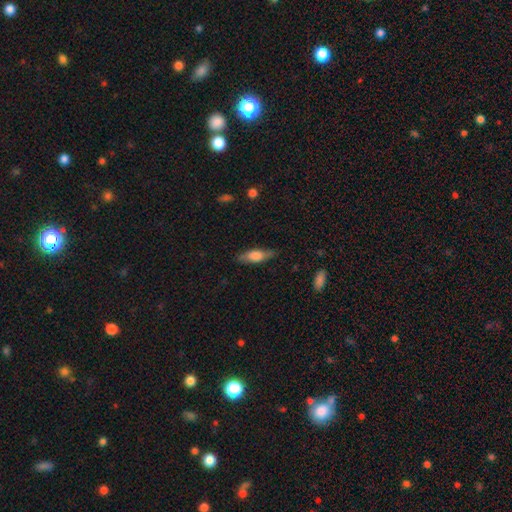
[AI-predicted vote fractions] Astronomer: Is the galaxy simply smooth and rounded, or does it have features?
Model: smooth — 61%.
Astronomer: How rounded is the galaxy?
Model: in between — 51% (runner-up: cigar-shaped, 47%).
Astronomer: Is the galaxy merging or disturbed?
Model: none — 80%.